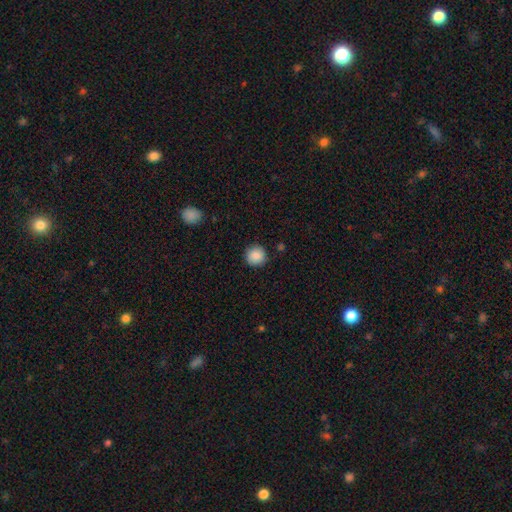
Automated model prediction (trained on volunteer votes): Smooth or featured: smooth — 88% (star or artifact — 8%)
How rounded: round — 93% (in between — 6%)
Merging: none — 90% (minor disturbance — 7%)